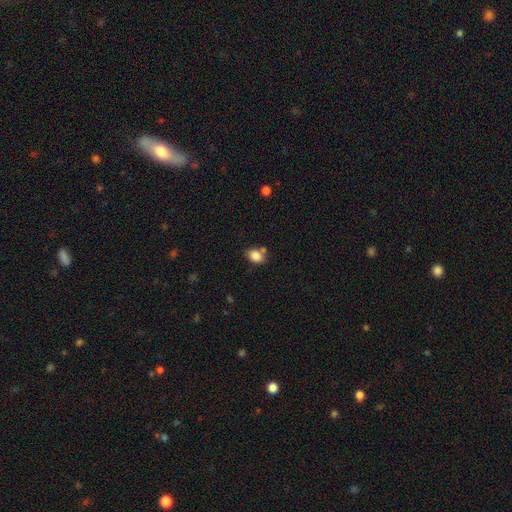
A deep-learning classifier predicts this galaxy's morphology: smooth-or-featured: smooth: 85% | star or artifact: 9% | featured or disk: 6%
  how-rounded: in between: 73% | round: 26% | cigar-shaped: 1%
  merging: none: 66% | minor disturbance: 16% | merger: 15% | major disturbance: 4%